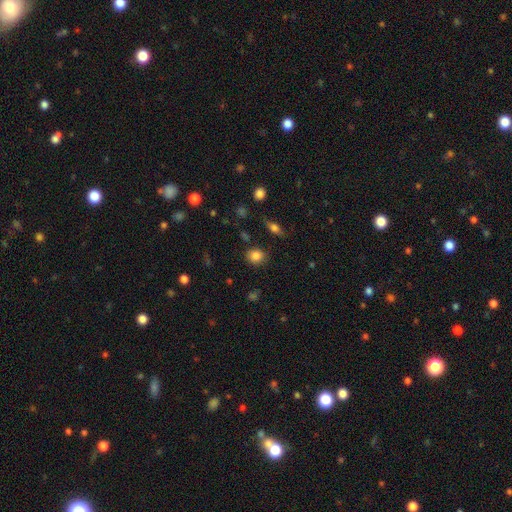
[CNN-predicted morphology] smooth_or_featured: smooth (p=0.84) [alt: star or artifact p=0.10]
how_rounded: round (p=0.75) [alt: in between p=0.23]
merging: none (p=0.85) [alt: minor disturbance p=0.10]